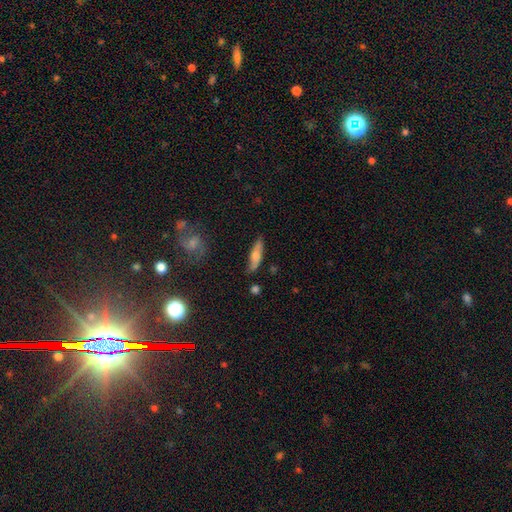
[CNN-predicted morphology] A smooth galaxy with no disk features (61%) that is cigar-shaped (70%).

Vote fractions:
- Smooth or featured? smooth: 61% / featured or disk: 33% / star or artifact: 6%
- How rounded? cigar-shaped: 70% / in between: 27% / round: 2%
- Merging? none: 80% / minor disturbance: 15% / major disturbance: 3% / merger: 2%